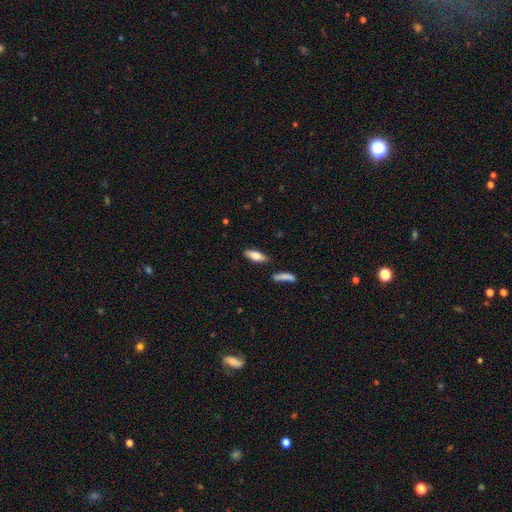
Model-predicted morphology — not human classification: The model was most divided on "how rounded": in between: 69%, cigar-shaped: 29%, round: 2%. More confident: merging — none (78%); smooth or featured — smooth (78%).